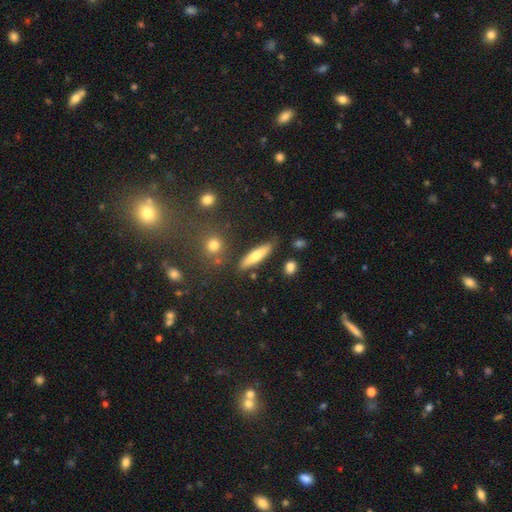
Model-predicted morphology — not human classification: type=smooth (66%); roundness=cigar-shaped (77%); merging=none (82%).